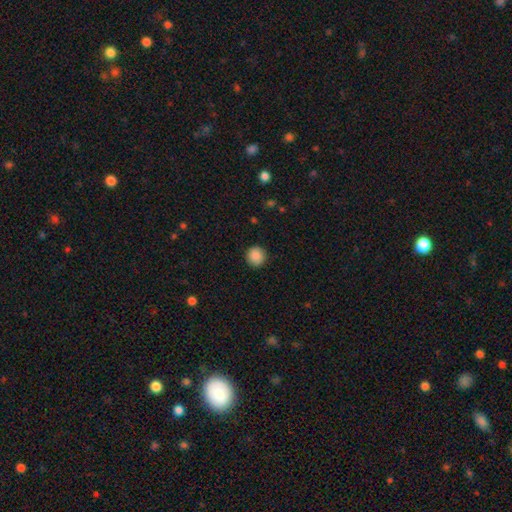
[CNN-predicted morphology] smooth_or_featured: smooth (p=0.88) [alt: star or artifact p=0.09]
how_rounded: round (p=0.93) [alt: in between p=0.06]
merging: none (p=0.91) [alt: minor disturbance p=0.06]